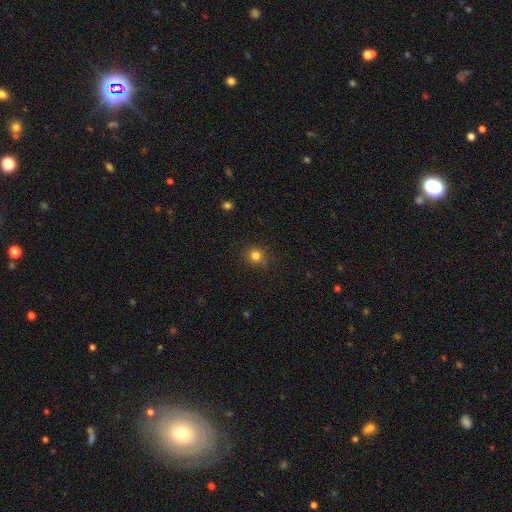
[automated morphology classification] smooth_or_featured: smooth (p=0.81) [alt: star or artifact p=0.14]
how_rounded: round (p=0.89) [alt: in between p=0.10]
merging: none (p=0.86) [alt: minor disturbance p=0.10]